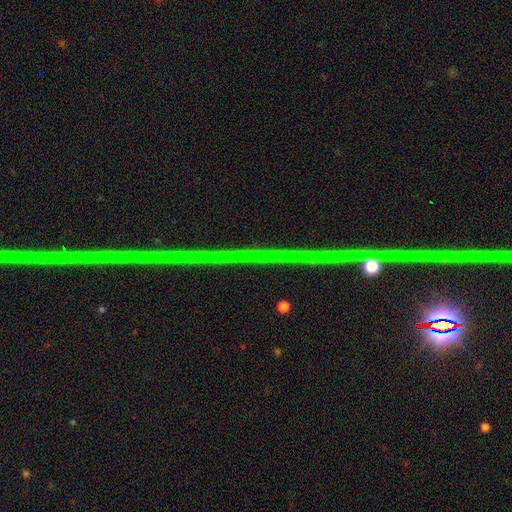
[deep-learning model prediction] Smooth or featured: star or artifact — 87% (featured or disk — 9%)